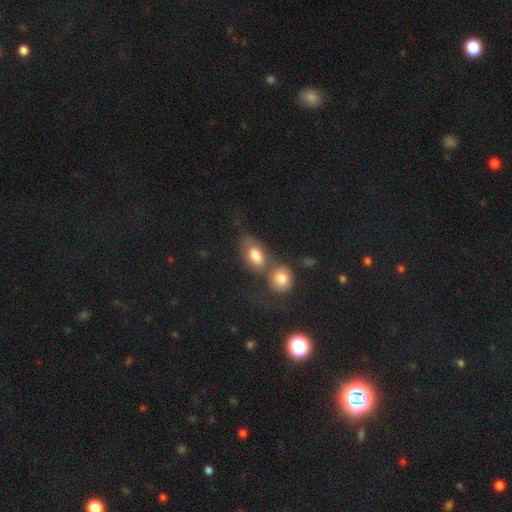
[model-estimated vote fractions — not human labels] Smooth or featured?
  - smooth: 75% *
  - featured or disk: 16%
  - star or artifact: 8%
How rounded?
  - in between: 86% *
  - round: 11%
  - cigar-shaped: 3%
Merging?
  - merger: 44% *
  - none: 33%
  - minor disturbance: 14%
  - major disturbance: 9%